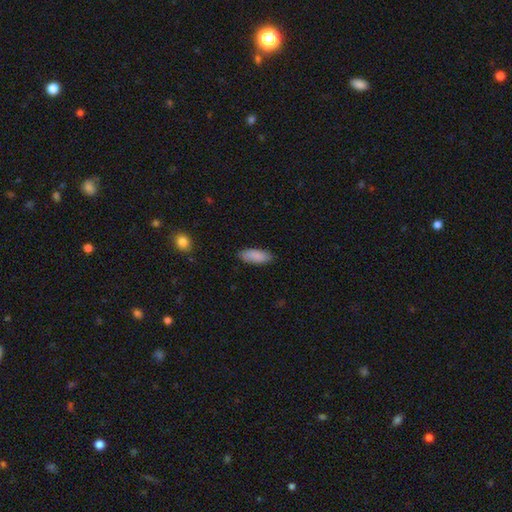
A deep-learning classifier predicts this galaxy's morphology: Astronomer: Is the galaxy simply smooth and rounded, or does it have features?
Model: smooth — 88%.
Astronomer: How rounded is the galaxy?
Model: in between — 78%.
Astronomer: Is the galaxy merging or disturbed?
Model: none — 85%.